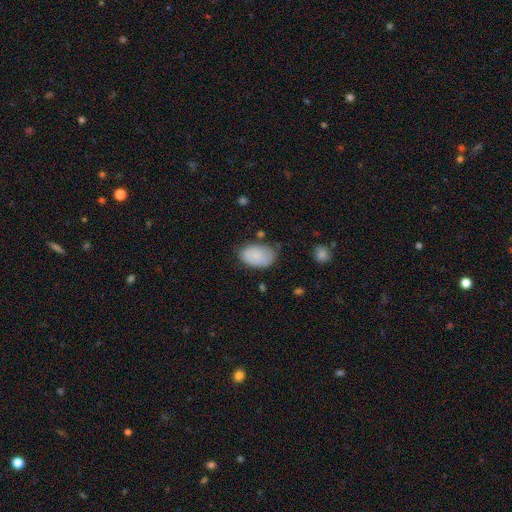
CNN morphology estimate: The model was most divided on "merging": none: 68%, minor disturbance: 24%, major disturbance: 6%, merger: 3%. More confident: how rounded — in between (90%); smooth or featured — smooth (84%).